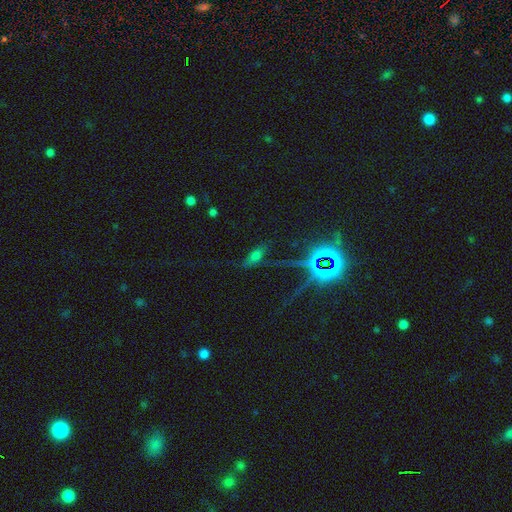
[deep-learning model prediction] smooth 43%, star or artifact 33%, featured or disk 24%. Down the decision tree: merging — none (65%).